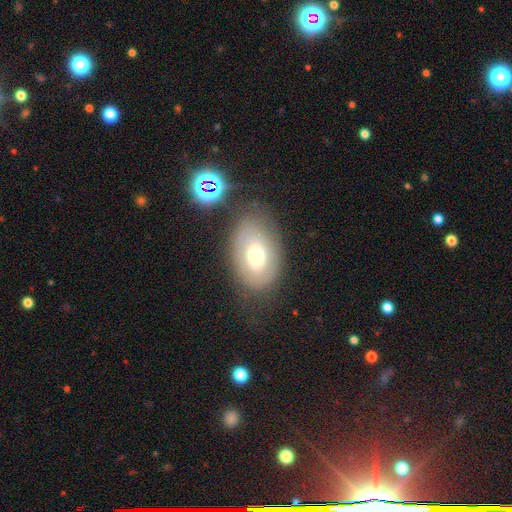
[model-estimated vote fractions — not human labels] Q: Smooth or featured?
A: smooth (49%); runner-up: featured or disk (41%)
Q: Merging?
A: none (68%); runner-up: minor disturbance (19%)